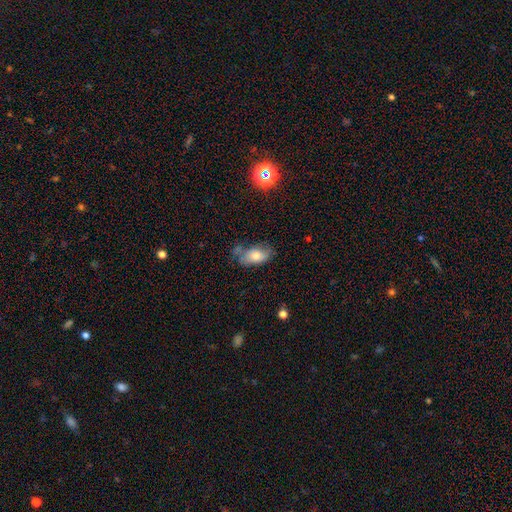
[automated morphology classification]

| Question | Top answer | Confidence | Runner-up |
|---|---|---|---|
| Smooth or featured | smooth | 68% | featured or disk (22%) |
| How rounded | in between | 90% | round (7%) |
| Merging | none | 47% | minor disturbance (31%) |